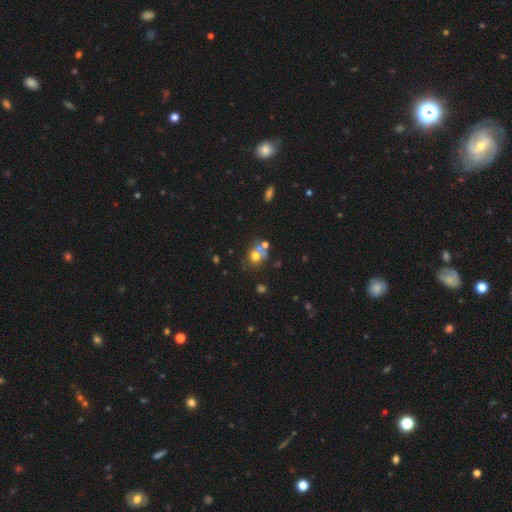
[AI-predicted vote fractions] Morphology: type=smooth (59%); roundness=round (71%); merging=none (43%).